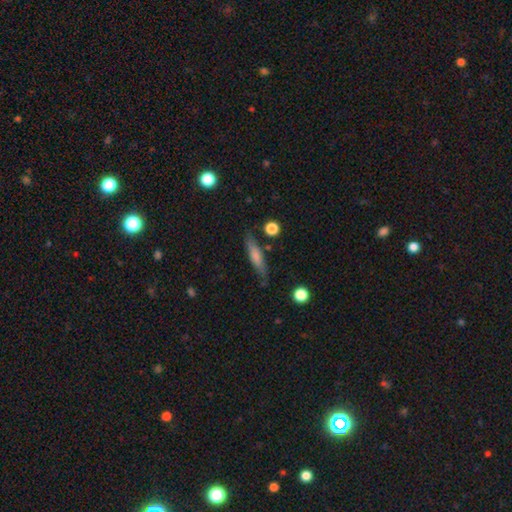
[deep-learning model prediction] Overall: smooth (68%). How rounded: cigar-shaped (78%). Merging: none (77%).